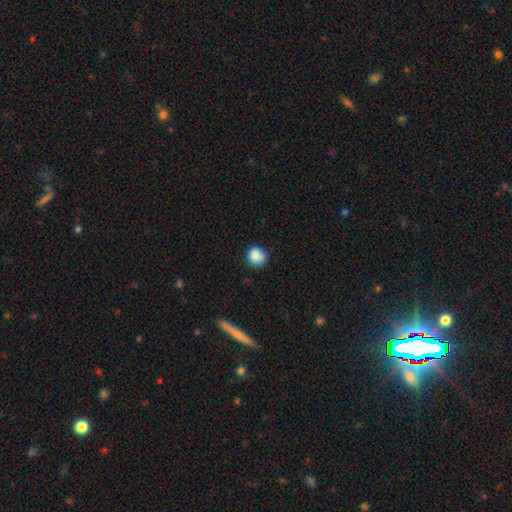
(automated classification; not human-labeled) Smooth or featured: smooth — 86% (star or artifact — 9%)
How rounded: round — 84% (in between — 15%)
Merging: none — 73% (minor disturbance — 20%)